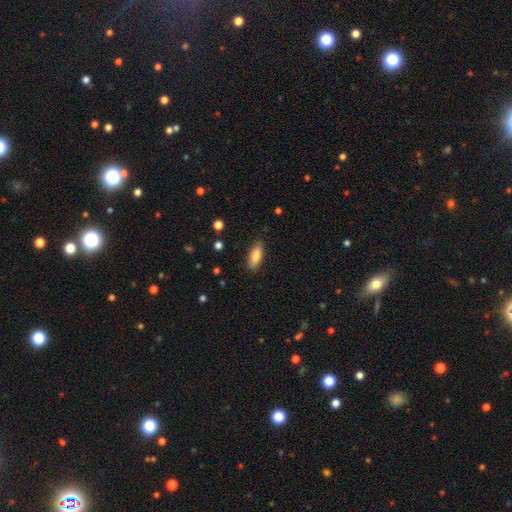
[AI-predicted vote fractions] The model was most divided on "how rounded": in between: 76%, cigar-shaped: 22%, round: 2%. More confident: smooth or featured — smooth (83%); merging — none (83%).